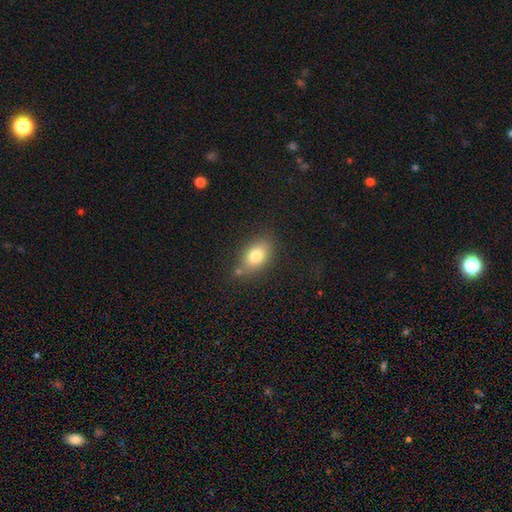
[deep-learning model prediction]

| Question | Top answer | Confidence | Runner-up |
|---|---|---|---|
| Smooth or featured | smooth | 79% | featured or disk (12%) |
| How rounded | in between | 83% | round (14%) |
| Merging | none | 72% | minor disturbance (16%) |